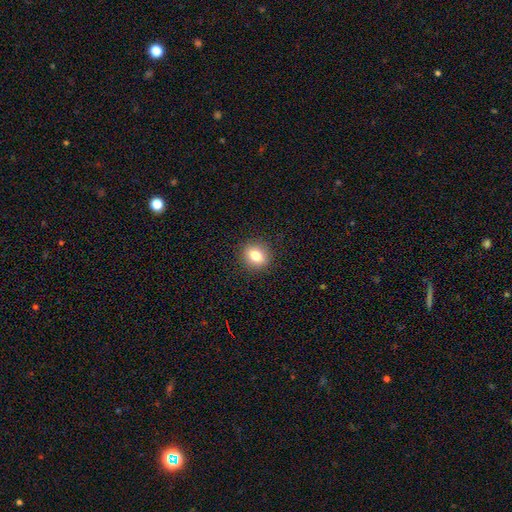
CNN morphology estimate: smooth-or-featured: smooth: 80% | star or artifact: 10% | featured or disk: 10%
  how-rounded: round: 70% | in between: 29% | cigar-shaped: 1%
  merging: none: 90% | minor disturbance: 7% | major disturbance: 2% | merger: 1%